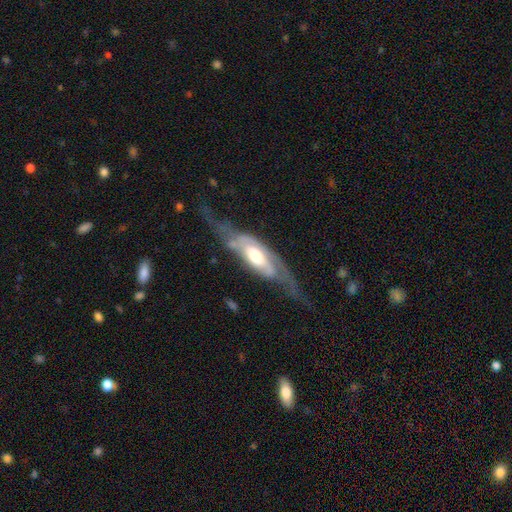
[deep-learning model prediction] smooth-or-featured: featured or disk: 75% | smooth: 20% | star or artifact: 5%
  disk-edge-on: no: 72% | yes: 28%
    bar: no: 59% | weak: 27% | strong: 14%
    has-spiral-arms: yes: 75% | no: 25%
    bulge-size: moderate: 58% | large: 28% | small: 9% | dominant: 3% | none: 2%
  merging: none: 39% | major disturbance: 33% | minor disturbance: 24% | merger: 4%